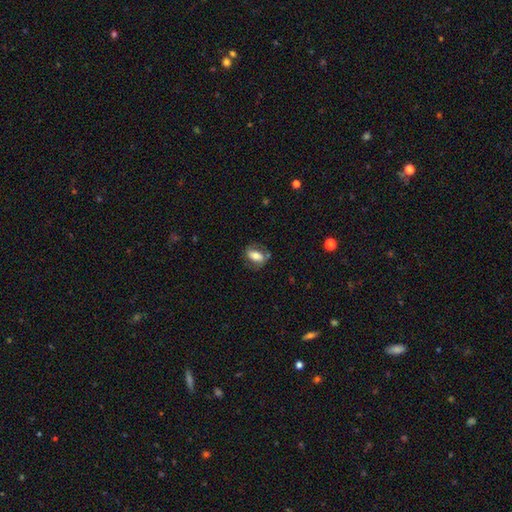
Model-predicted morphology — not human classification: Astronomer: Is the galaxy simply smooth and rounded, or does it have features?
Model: smooth — 56% (runner-up: featured or disk, 36%).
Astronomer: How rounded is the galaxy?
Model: in between — 85%.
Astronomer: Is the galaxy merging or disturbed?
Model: none — 60%.